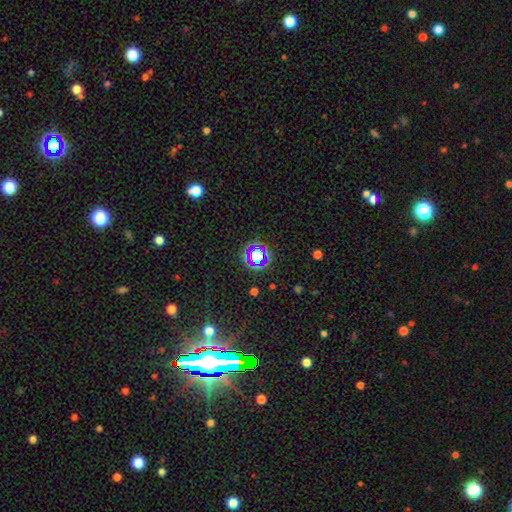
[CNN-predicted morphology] star or artifact 64%, smooth 26%, featured or disk 10%.